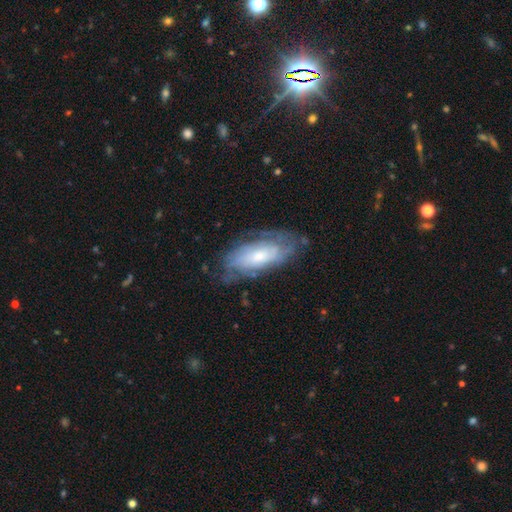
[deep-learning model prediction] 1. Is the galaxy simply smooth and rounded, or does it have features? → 61% featured or disk, 30% smooth, 9% star or artifact.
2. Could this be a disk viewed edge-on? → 86% no, 14% yes.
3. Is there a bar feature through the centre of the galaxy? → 69% no, 24% weak, 7% strong.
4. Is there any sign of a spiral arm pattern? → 75% yes, 25% no.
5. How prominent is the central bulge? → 45% small, 42% moderate, 8% large, 3% none, 2% dominant.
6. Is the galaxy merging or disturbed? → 70% none, 20% minor disturbance, 8% major disturbance, 1% merger.